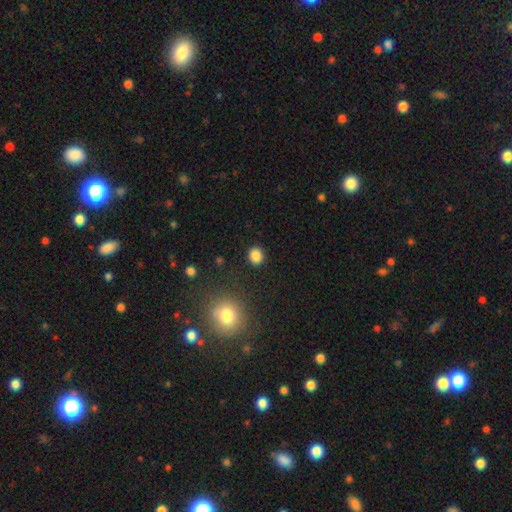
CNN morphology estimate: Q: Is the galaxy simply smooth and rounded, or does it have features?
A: smooth — 85%.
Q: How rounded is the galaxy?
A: round — 76%.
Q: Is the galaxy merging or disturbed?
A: none — 89%.